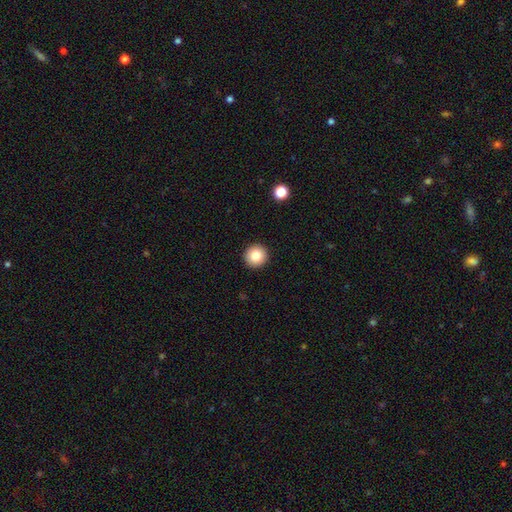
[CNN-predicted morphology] type=smooth (82%); roundness=round (96%); merging=none (93%).